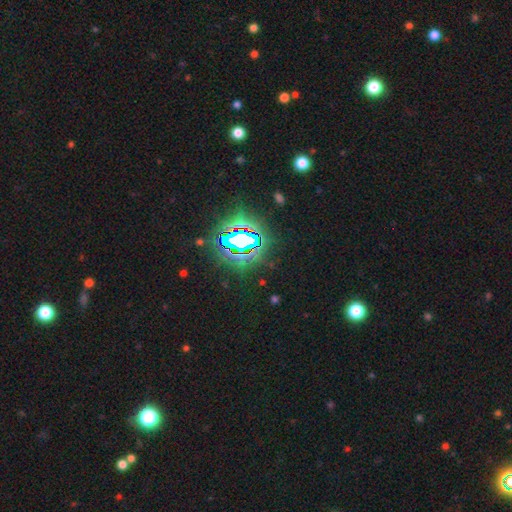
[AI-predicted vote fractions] A star or artifact, not a galaxy (86%).